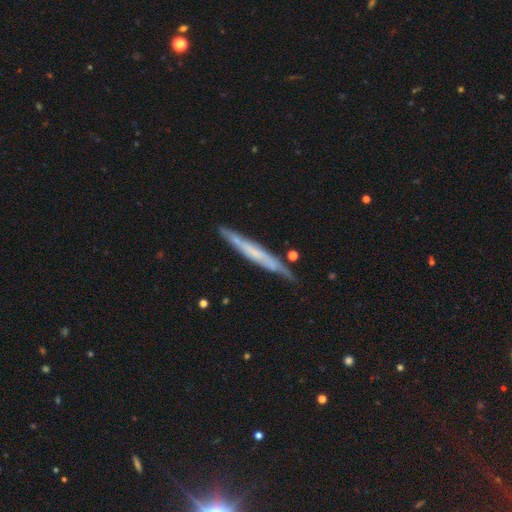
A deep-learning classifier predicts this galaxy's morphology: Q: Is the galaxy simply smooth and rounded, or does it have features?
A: featured or disk — 55%.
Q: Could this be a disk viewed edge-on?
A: yes — 91%.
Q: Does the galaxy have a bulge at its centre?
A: none — 70%.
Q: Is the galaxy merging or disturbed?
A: none — 83%.